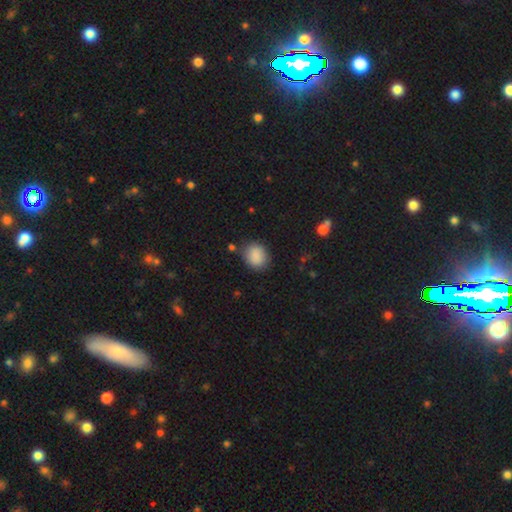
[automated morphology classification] Smooth or featured? smooth (88%)
How rounded? round (57%)
Merging? none (80%)